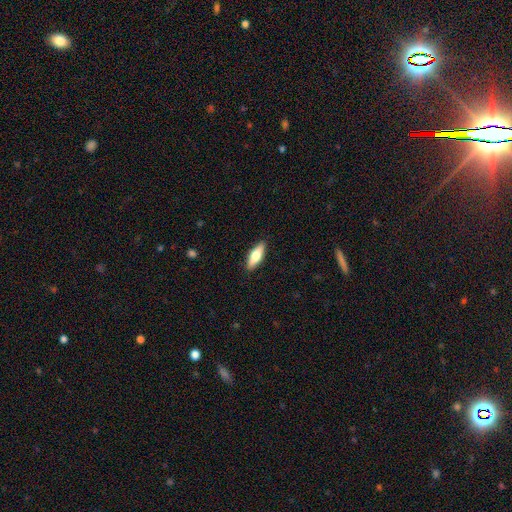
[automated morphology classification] This appears to be a smooth galaxy with no disk features (63%) that is in between round and cigar-shaped (57%). Merging: none (89%).